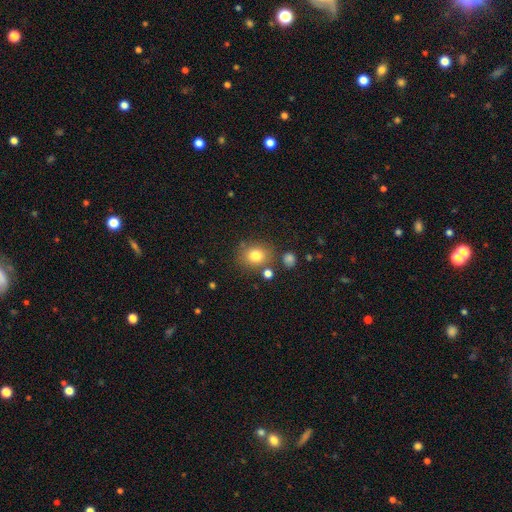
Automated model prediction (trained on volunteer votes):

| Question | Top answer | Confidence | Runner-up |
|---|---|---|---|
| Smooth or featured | smooth | 78% | star or artifact (12%) |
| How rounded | round | 69% | in between (30%) |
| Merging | none | 76% | minor disturbance (12%) |